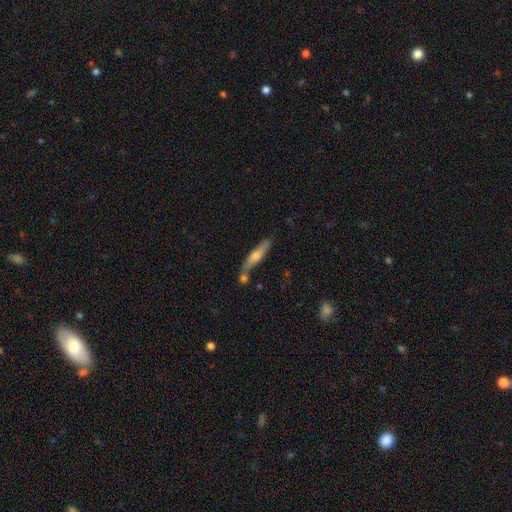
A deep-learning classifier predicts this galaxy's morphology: The model was most divided on "smooth or featured": smooth: 53%, featured or disk: 40%, star or artifact: 6%. More confident: how rounded — cigar-shaped (81%); merging — none (58%).